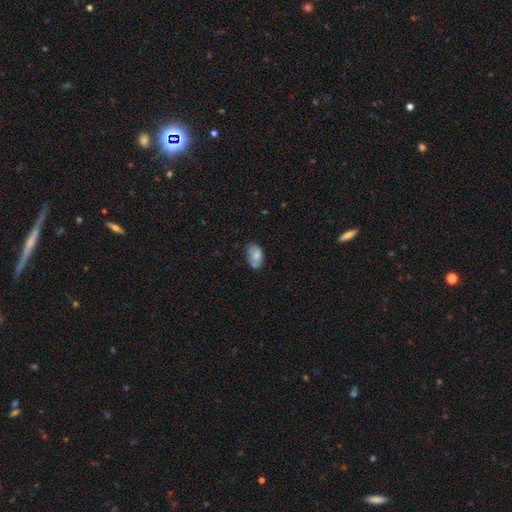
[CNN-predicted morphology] Smooth or featured: smooth — 72% (featured or disk — 20%)
How rounded: in between — 90% (round — 8%)
Merging: none — 55% (minor disturbance — 30%)